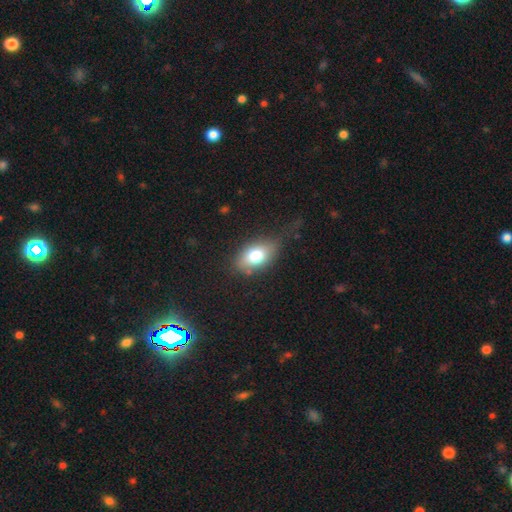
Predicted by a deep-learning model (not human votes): Overall: smooth (75%). How rounded: in between (85%). Merging: none (63%; minor disturbance 24%).